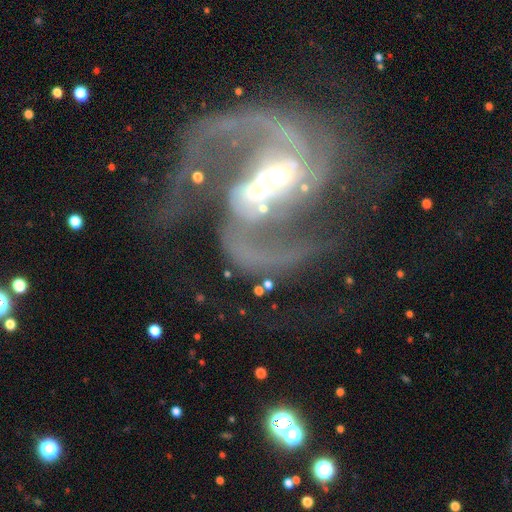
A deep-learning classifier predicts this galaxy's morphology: This appears to be a featured or disk galaxy (89%) with no bar (38%), 2 (75%) medium (45%) spiral arms (95%) and a moderate central bulge (47%). Merging: merger (33%).